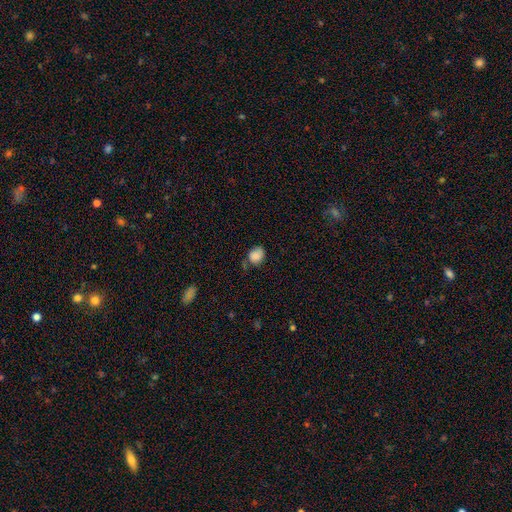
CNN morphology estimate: type=smooth (84%); roundness=round (60%); merging=none (58%).